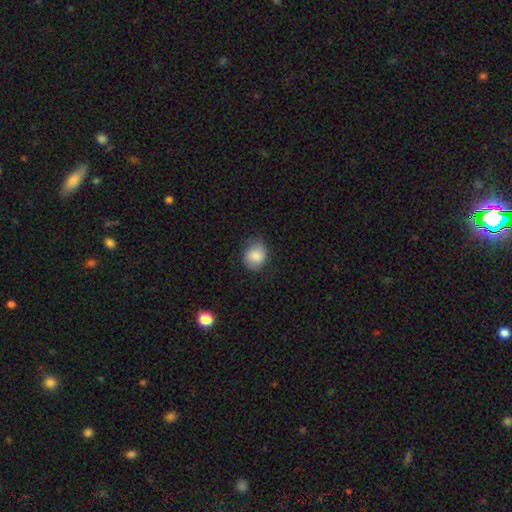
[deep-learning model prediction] A smooth galaxy with no disk features (86%) that is round (64%).

Vote fractions:
- Smooth or featured? smooth: 86% / star or artifact: 8% / featured or disk: 6%
- How rounded? round: 64% / in between: 35% / cigar-shaped: 1%
- Merging? none: 73% / minor disturbance: 21% / major disturbance: 5% / merger: 1%